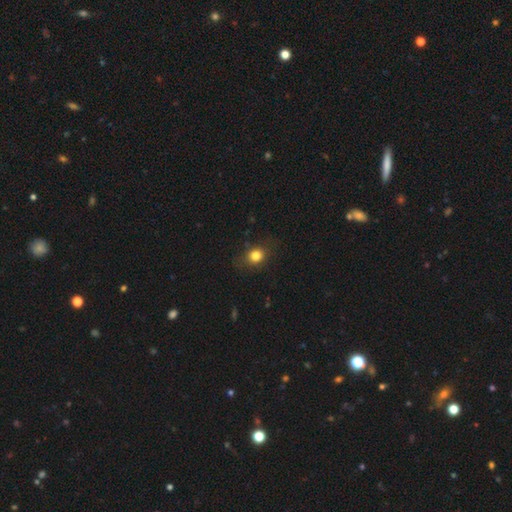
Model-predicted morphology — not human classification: A smooth galaxy with no disk features (80%) that is round (67%). Merging: none (79%).